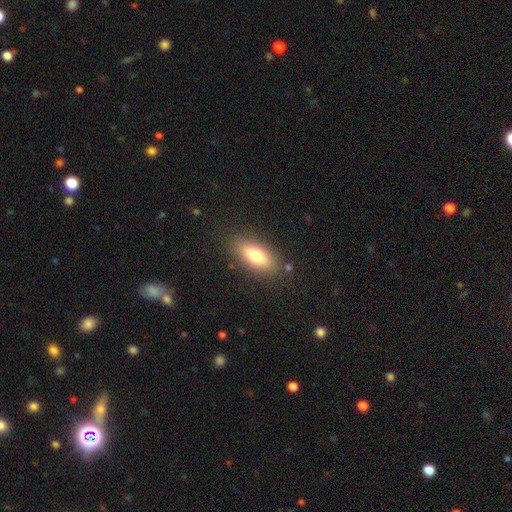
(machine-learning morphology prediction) smooth_or_featured: smooth (p=0.72) [alt: featured or disk p=0.20]
how_rounded: in between (p=0.76) [alt: cigar-shaped p=0.21]
merging: none (p=0.83) [alt: minor disturbance p=0.11]